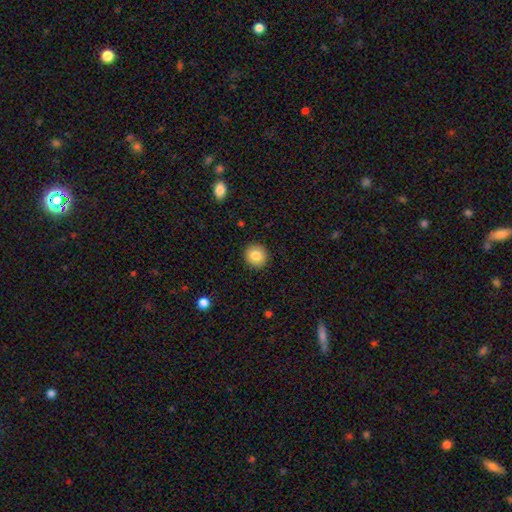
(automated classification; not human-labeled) The model was most divided on "smooth or featured": smooth: 84%, star or artifact: 9%, featured or disk: 7%. More confident: merging — none (92%); how rounded — round (90%).